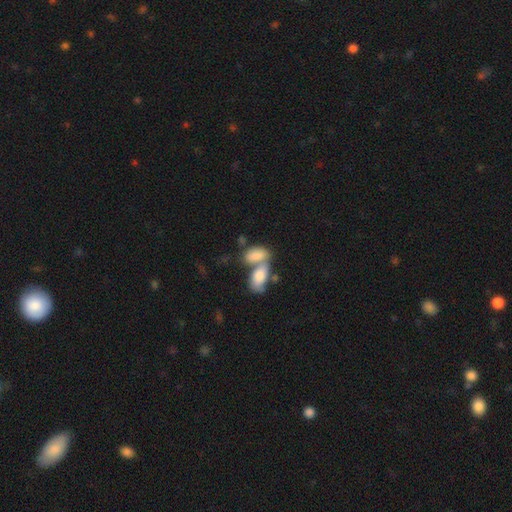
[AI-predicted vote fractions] smooth 81%, featured or disk 13%, star or artifact 6%. Down the decision tree: how rounded — in between (92%); merging — merger (62%).